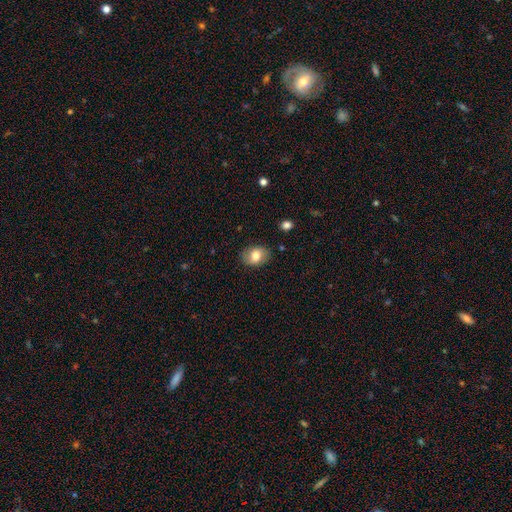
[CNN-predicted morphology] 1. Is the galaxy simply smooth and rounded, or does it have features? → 75% smooth, 17% featured or disk, 8% star or artifact.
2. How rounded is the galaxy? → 70% in between, 29% round, 1% cigar-shaped.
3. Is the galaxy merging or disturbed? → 82% none, 13% minor disturbance, 3% major disturbance, 1% merger.